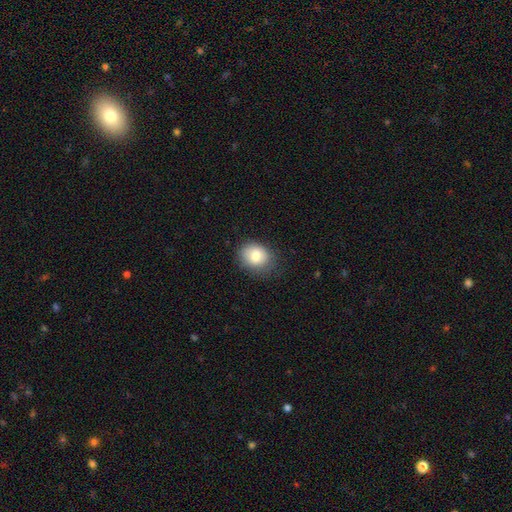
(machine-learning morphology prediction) Smooth or featured? Predicted: smooth (p=0.79). How rounded? Predicted: round (p=0.57). Merging? Predicted: none (p=0.76).